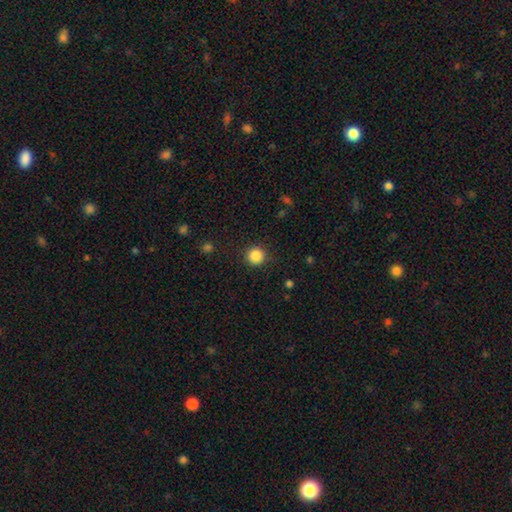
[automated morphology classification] Overall: smooth (86%). How rounded: round (95%). Merging: none (90%).